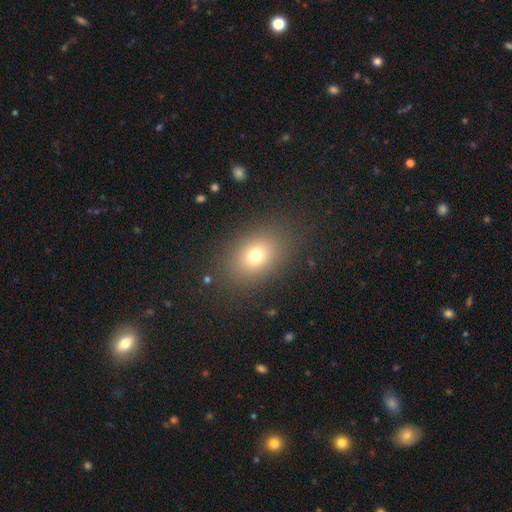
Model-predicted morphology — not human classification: This appears to be a smooth galaxy with no disk features (73%) that is in between round and cigar-shaped (69%). Merging: none (85%).